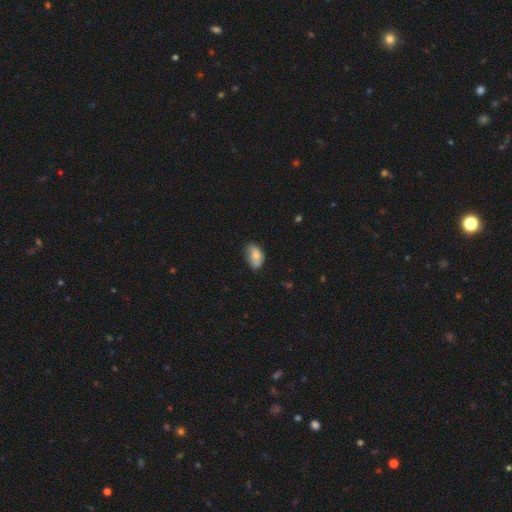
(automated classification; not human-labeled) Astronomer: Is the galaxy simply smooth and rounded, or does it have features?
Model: smooth — 68%.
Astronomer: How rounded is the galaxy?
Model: in between — 88%.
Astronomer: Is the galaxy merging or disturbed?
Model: none — 52% (runner-up: minor disturbance, 35%).